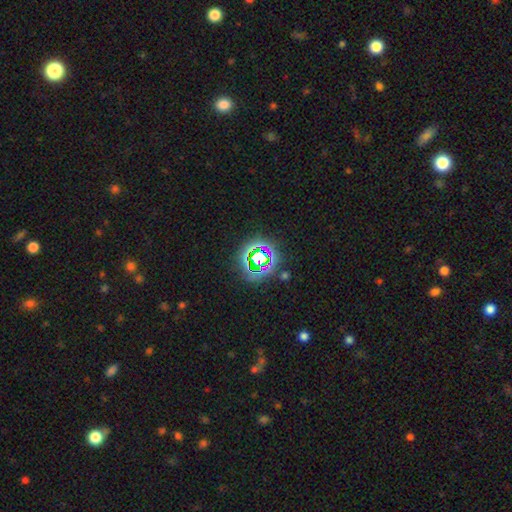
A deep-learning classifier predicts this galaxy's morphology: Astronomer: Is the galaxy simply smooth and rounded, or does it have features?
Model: star or artifact — 68%.